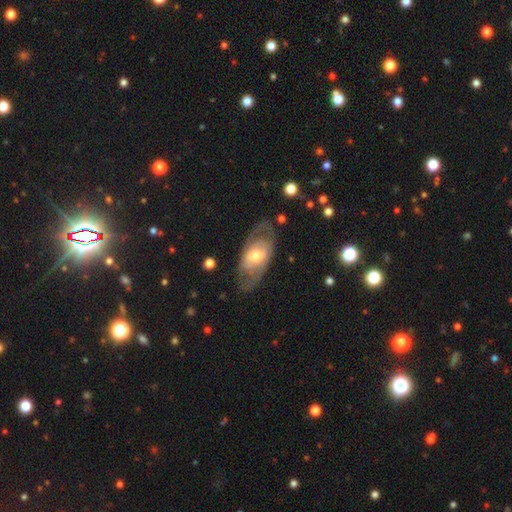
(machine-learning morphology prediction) type=featured or disk (64%); edge-on=no (88%); bar=no (57%); spiral arms=yes (57%); bulge=moderate (61%); merging=none (70%).